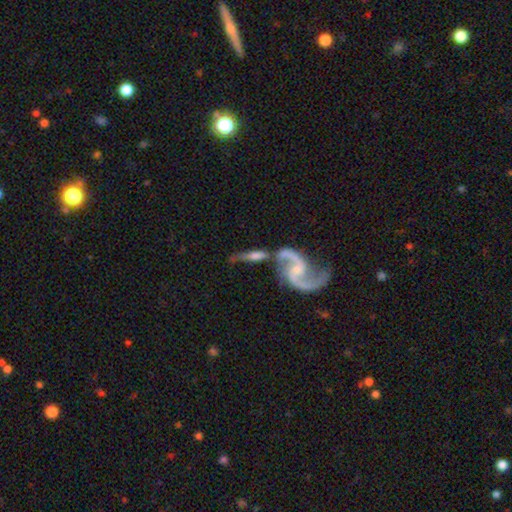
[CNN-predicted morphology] A featured or disk galaxy (70%). Merging: merger (44%).